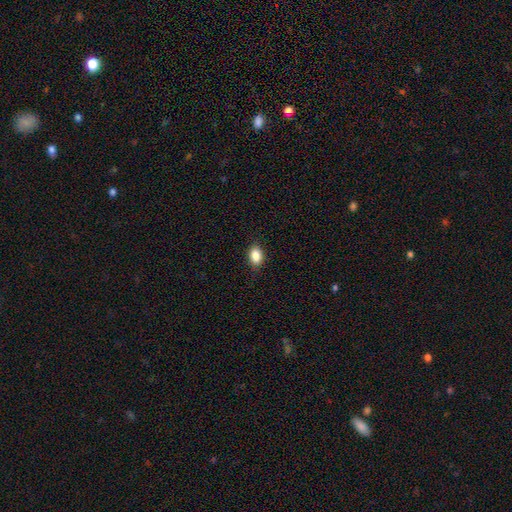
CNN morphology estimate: type=smooth (86%); roundness=in between (84%); merging=none (87%).